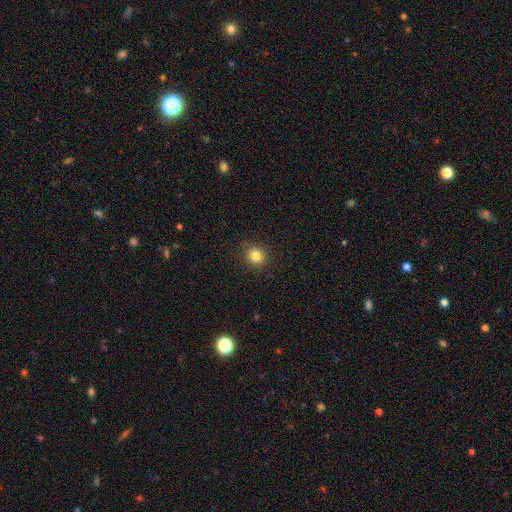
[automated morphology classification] A smooth galaxy with no disk features (82%) that is round (91%). Merging: none (91%).